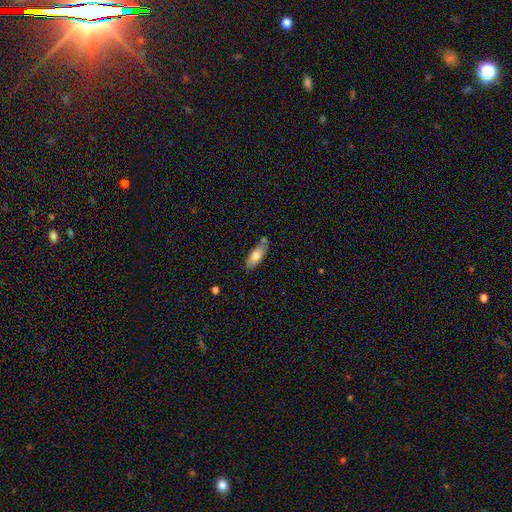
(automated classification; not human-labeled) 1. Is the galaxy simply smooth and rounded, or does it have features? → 73% smooth, 20% featured or disk, 6% star or artifact.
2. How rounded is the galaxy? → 81% in between, 17% cigar-shaped, 2% round.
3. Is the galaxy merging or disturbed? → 69% none, 18% minor disturbance, 9% merger, 3% major disturbance.